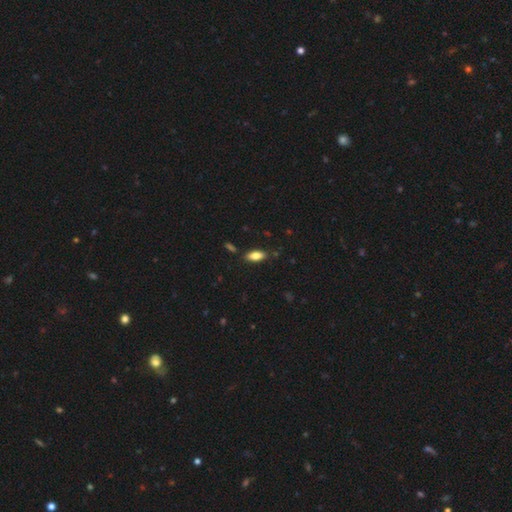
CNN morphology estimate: Smooth or featured? smooth (80%)
How rounded? in between (82%)
Merging? none (84%)